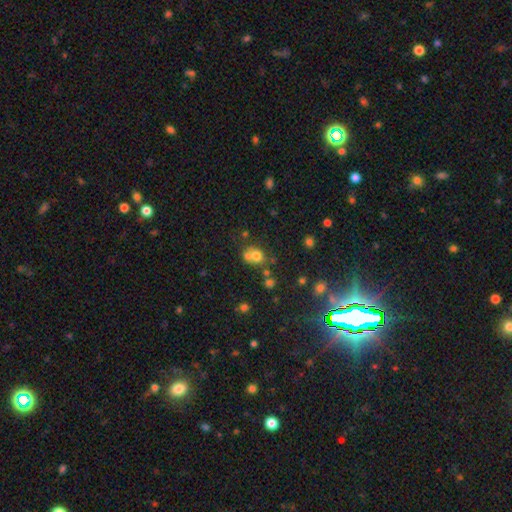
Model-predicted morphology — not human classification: Overall: smooth (67%). How rounded: round (71%). Merging: merger (49%; none 37%).